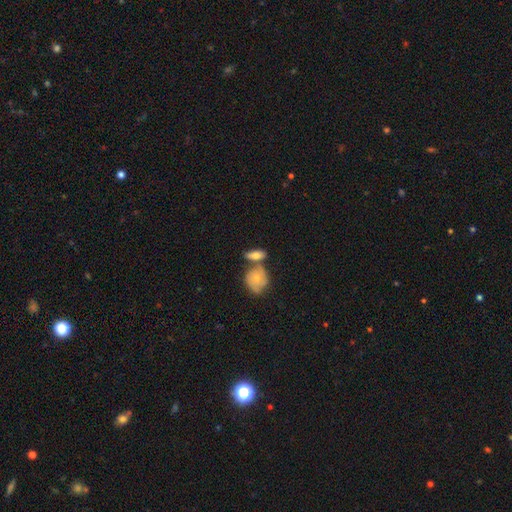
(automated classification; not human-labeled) smooth_or_featured: smooth (p=0.67) [alt: featured or disk p=0.27]
how_rounded: in between (p=0.74) [alt: cigar-shaped p=0.16]
merging: none (p=0.49) [alt: merger p=0.33]